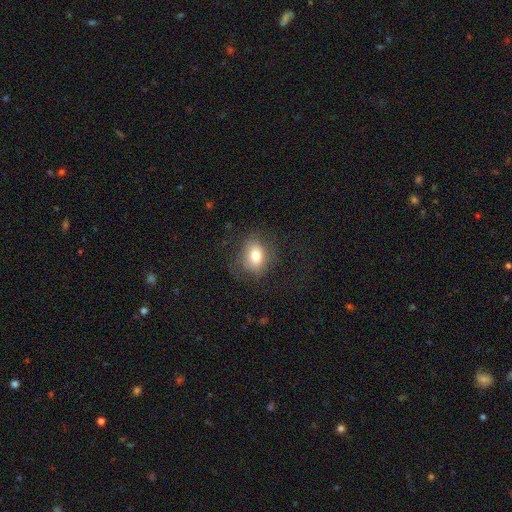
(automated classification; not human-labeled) A smooth galaxy with no disk features (75%) that is in between round and cigar-shaped (59%).

Vote fractions:
- Smooth or featured? smooth: 75% / featured or disk: 15% / star or artifact: 10%
- How rounded? in between: 59% / round: 39% / cigar-shaped: 1%
- Merging? none: 72% / minor disturbance: 16% / major disturbance: 11% / merger: 1%